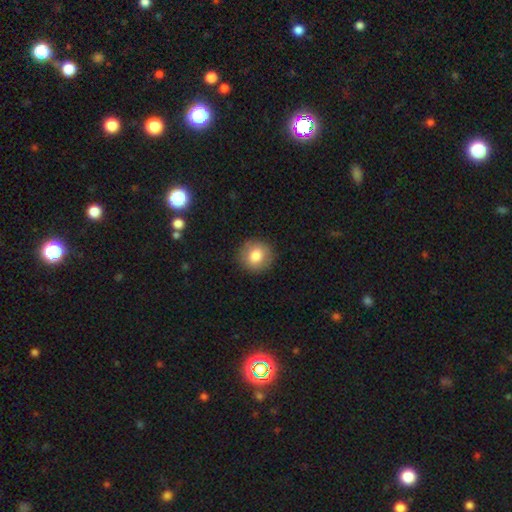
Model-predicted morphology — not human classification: smooth_or_featured: smooth (p=0.81) [alt: featured or disk p=0.11]
how_rounded: round (p=0.90) [alt: in between p=0.09]
merging: none (p=0.90) [alt: minor disturbance p=0.07]